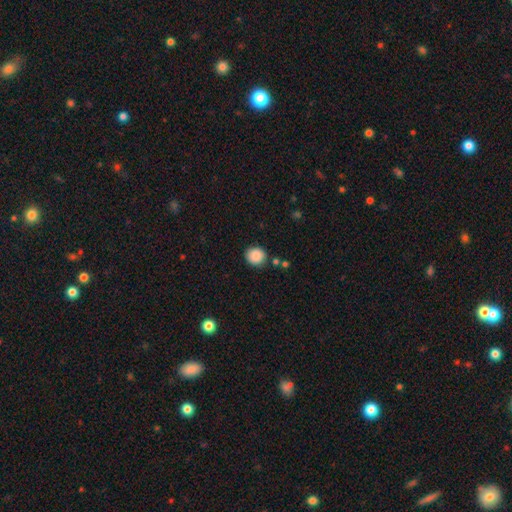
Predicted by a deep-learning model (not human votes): A smooth galaxy with no disk features (88%) that is round (86%). Merging: none (85%).